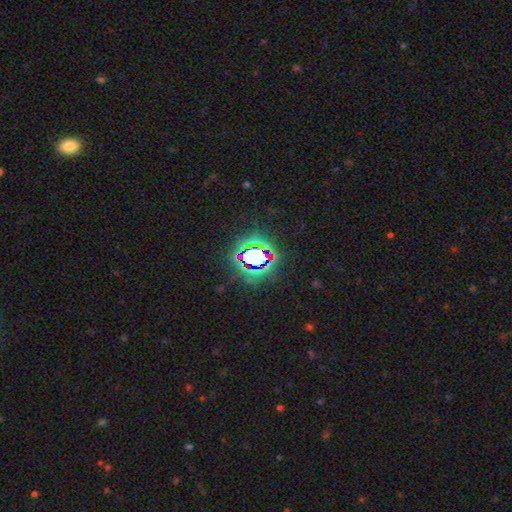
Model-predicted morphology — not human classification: Smooth or featured?
  - star or artifact: 82% *
  - smooth: 11%
  - featured or disk: 7%